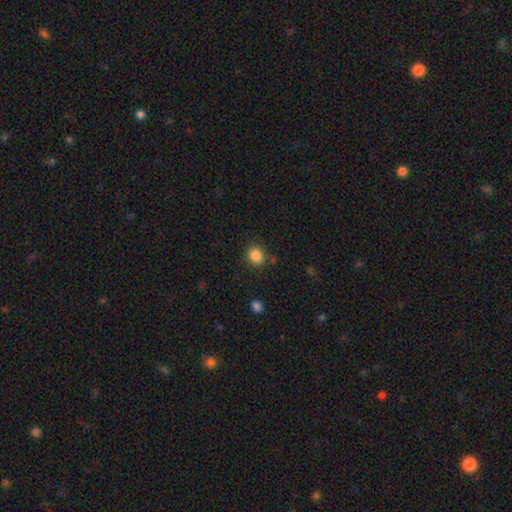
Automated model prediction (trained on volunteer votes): smooth-or-featured: smooth: 86% | star or artifact: 10% | featured or disk: 4%
  how-rounded: round: 70% | in between: 29% | cigar-shaped: 1%
  merging: none: 83% | minor disturbance: 11% | major disturbance: 4% | merger: 3%